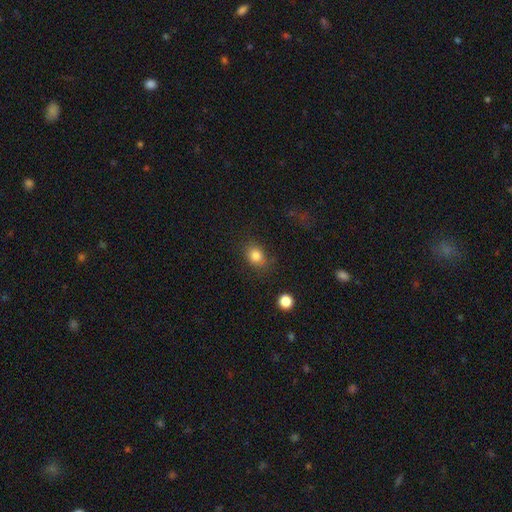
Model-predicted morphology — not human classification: type=smooth (83%); roundness=in between (51%); merging=none (76%).